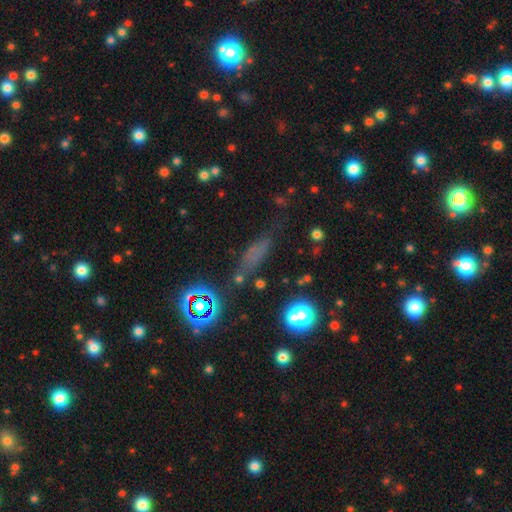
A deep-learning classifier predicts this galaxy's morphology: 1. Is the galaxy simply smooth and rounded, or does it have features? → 50% smooth, 35% star or artifact, 15% featured or disk.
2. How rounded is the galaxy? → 56% cigar-shaped, 33% in between, 11% round.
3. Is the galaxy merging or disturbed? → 69% none, 18% minor disturbance, 8% major disturbance, 5% merger.